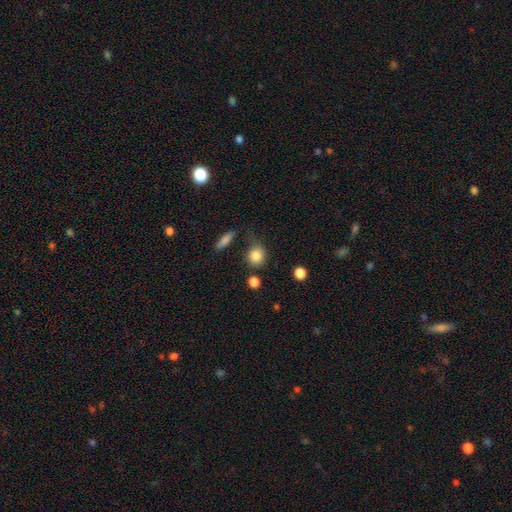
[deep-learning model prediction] A smooth galaxy with no disk features (84%) that is round (76%). Merging: none (66%).